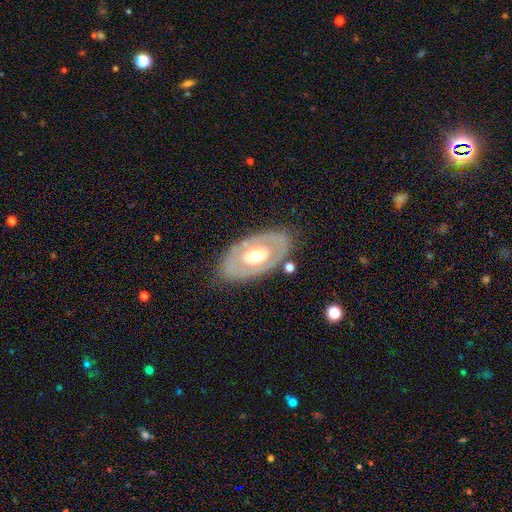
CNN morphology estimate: This is possibly a featured or disk galaxy (58%). It is clearly not viewed edge-on (88%). Bar: clearly no (88%). Spiral arm pattern: clearly no (91%). Central bulge: possibly moderate (59%). Merging: likely none (78%).